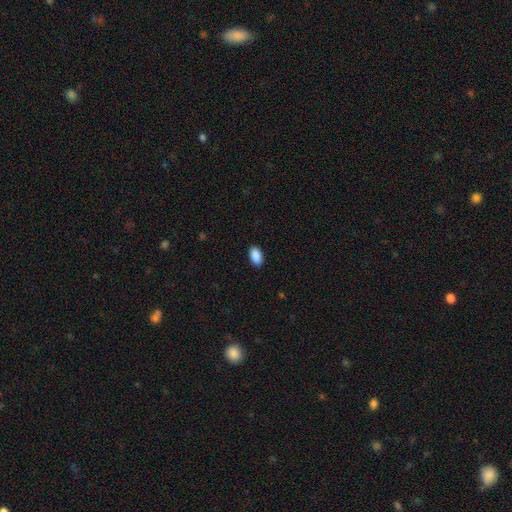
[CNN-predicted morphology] This appears to be a smooth galaxy with no disk features (91%) that is in between round and cigar-shaped (94%). Merging: none (90%).